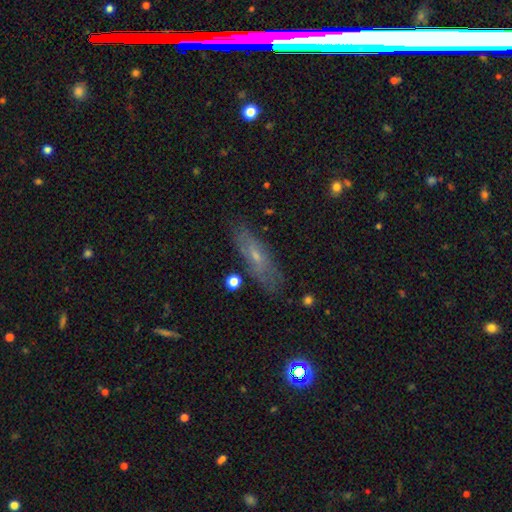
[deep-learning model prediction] Smooth or featured? Predicted: featured or disk (p=0.46). Merging? Predicted: none (p=0.79).